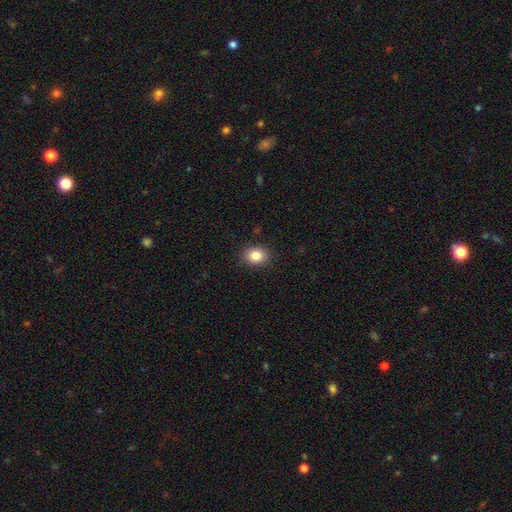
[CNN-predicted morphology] Q: Smooth or featured?
A: smooth (85%); runner-up: star or artifact (10%)
Q: How rounded?
A: in between (53%); runner-up: round (46%)
Q: Merging?
A: none (89%); runner-up: minor disturbance (8%)